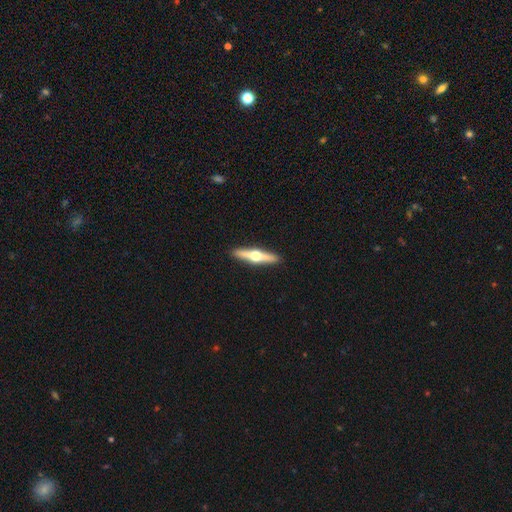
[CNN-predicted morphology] A featured or disk galaxy (71%) viewed edge-on (98%) with a rounded central bulge (97%).

Vote fractions:
- Smooth or featured? featured or disk: 71% / smooth: 24% / star or artifact: 5%
- Edge-on disk? yes: 98% / no: 2%
- Edge-on bulge? rounded: 97% / boxy: 2% / none: 2%
- Merging? none: 92% / minor disturbance: 5% / major disturbance: 1% / merger: 1%